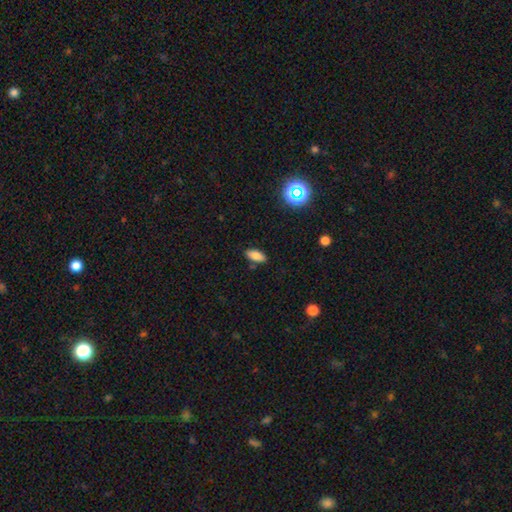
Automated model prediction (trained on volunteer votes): This is clearly a smooth galaxy (80%). How rounded: clearly in between (87%). Merging: clearly none (85%).